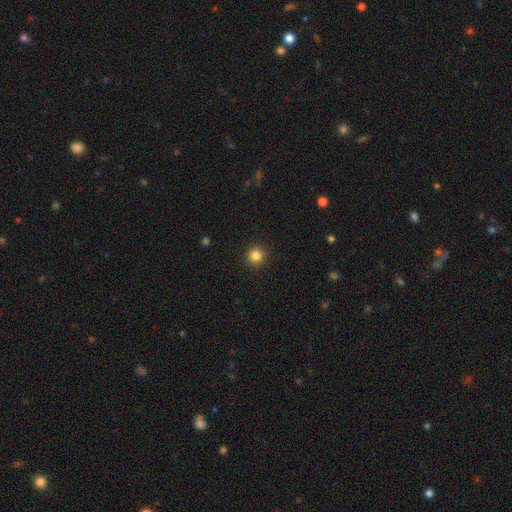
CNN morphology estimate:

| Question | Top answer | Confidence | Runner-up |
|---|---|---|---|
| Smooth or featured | smooth | 84% | star or artifact (12%) |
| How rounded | round | 96% | in between (3%) |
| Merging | none | 93% | minor disturbance (5%) |